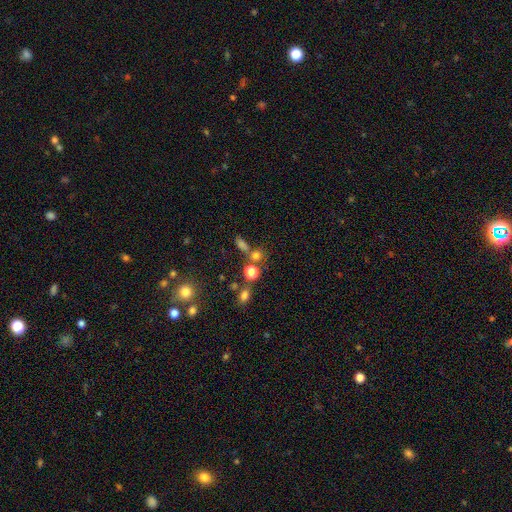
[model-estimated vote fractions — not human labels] A smooth galaxy with no disk features (71%) that is round (77%). Merging: none (57%).